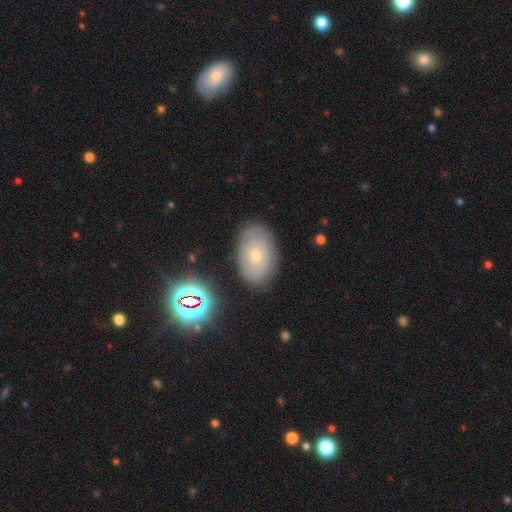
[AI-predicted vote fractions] This is possibly a smooth galaxy (50%). Merging: clearly none (81%).